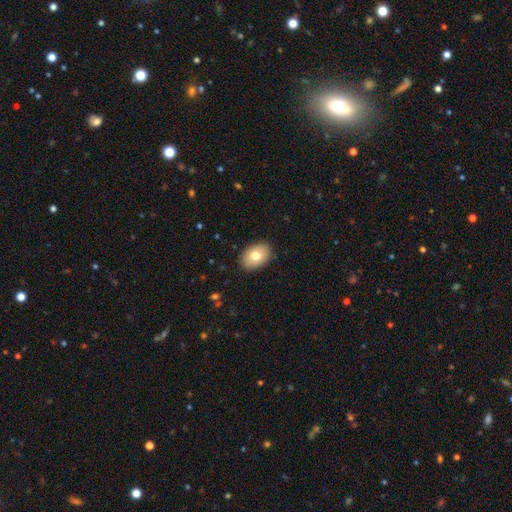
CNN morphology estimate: Q: Smooth or featured?
A: smooth (77%); runner-up: featured or disk (16%)
Q: How rounded?
A: in between (84%); runner-up: round (15%)
Q: Merging?
A: none (89%); runner-up: minor disturbance (8%)